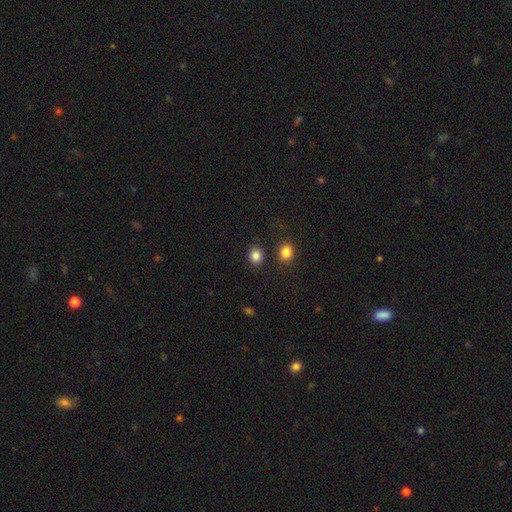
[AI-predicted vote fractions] The model was most divided on "how rounded": round: 76%, in between: 23%, cigar-shaped: 1%. More confident: smooth or featured — smooth (85%); merging — none (83%).